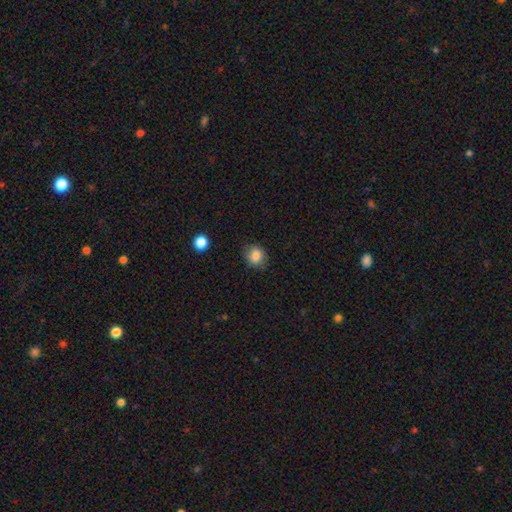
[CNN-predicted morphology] Smooth or featured?
  - smooth: 85% *
  - star or artifact: 10%
  - featured or disk: 5%
How rounded?
  - round: 71% *
  - in between: 28%
  - cigar-shaped: 1%
Merging?
  - none: 81% *
  - minor disturbance: 14%
  - major disturbance: 4%
  - merger: 1%